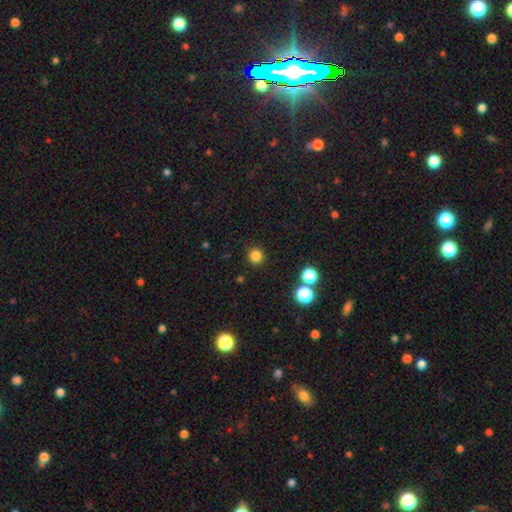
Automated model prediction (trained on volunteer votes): smooth-or-featured: smooth: 82% | star or artifact: 14% | featured or disk: 4%
  how-rounded: round: 94% | in between: 5% | cigar-shaped: 1%
  merging: none: 91% | minor disturbance: 5% | major disturbance: 2% | merger: 2%